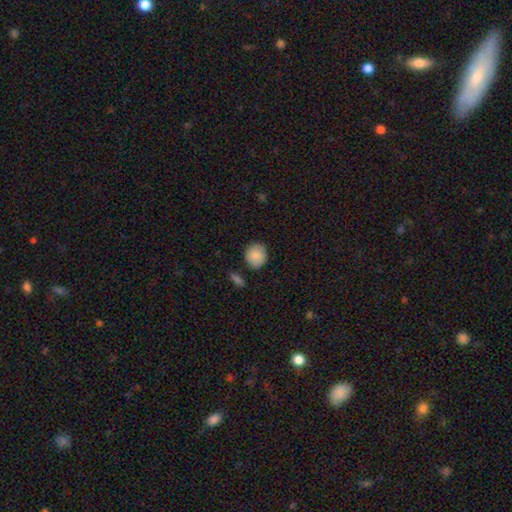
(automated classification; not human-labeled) The model was most divided on "how rounded": round: 79%, in between: 20%, cigar-shaped: 1%. More confident: smooth or featured — smooth (88%); merging — none (82%).